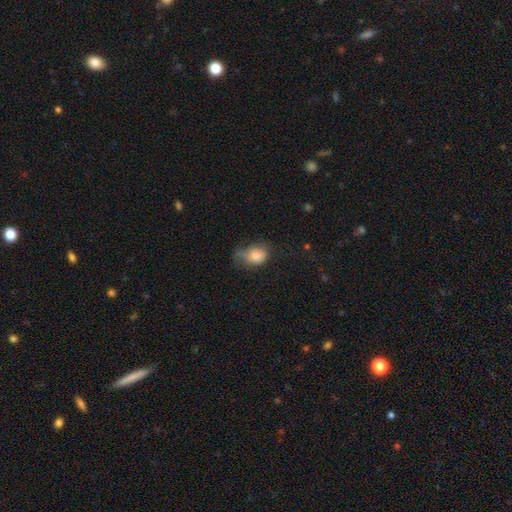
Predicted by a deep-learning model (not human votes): This appears to be a smooth galaxy with no disk features (80%) that is in between round and cigar-shaped (64%). Merging: minor disturbance (40%).